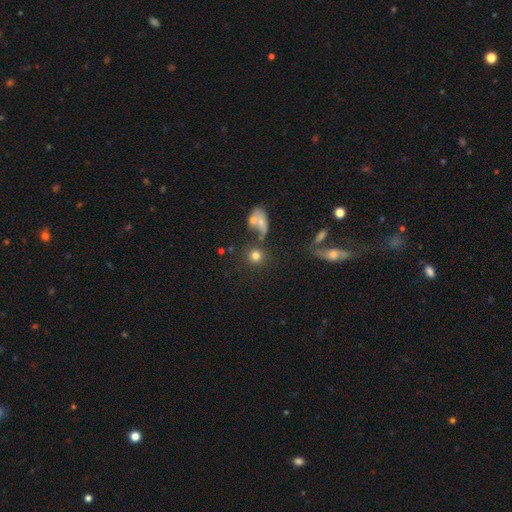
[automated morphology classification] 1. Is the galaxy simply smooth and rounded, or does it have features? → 76% smooth, 13% star or artifact, 10% featured or disk.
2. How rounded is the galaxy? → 88% round, 10% in between, 1% cigar-shaped.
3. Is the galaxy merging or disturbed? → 69% none, 15% merger, 10% minor disturbance, 6% major disturbance.